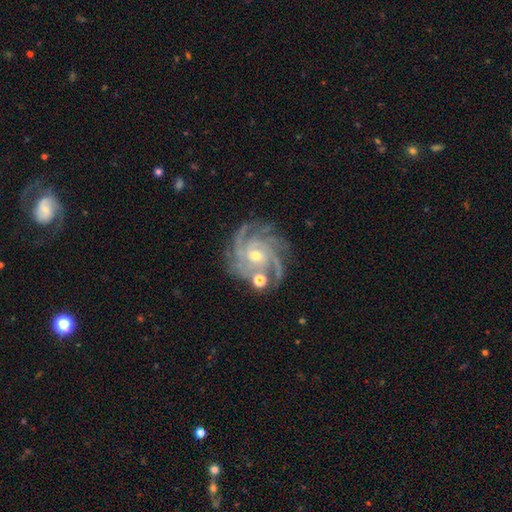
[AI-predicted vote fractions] smooth-or-featured: featured or disk: 90% | star or artifact: 6% | smooth: 4%
  disk-edge-on: no: 98% | yes: 2%
    bar: no: 69% | weak: 24% | strong: 7%
    has-spiral-arms: yes: 98% | no: 2%
      spiral-winding: tight: 67% | medium: 29% | loose: 4%
      spiral-arm-count: 4: 37% | 3: 24% | can't tell: 13% | more than 4: 13% | 2: 8% | 1: 6%
    bulge-size: small: 55% | moderate: 42% | large: 1% | none: 1% | dominant: 1%
  merging: none: 73% | minor disturbance: 15% | major disturbance: 6% | merger: 5%